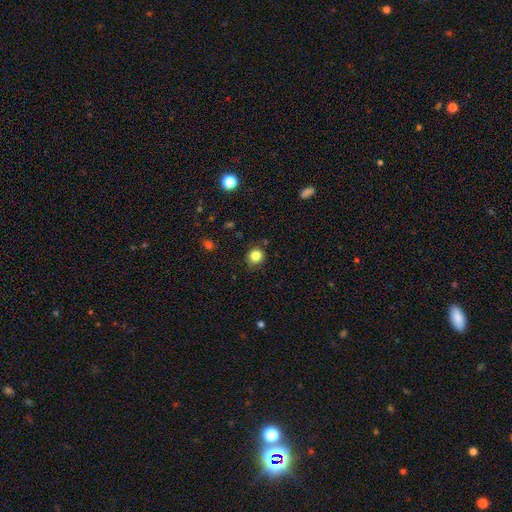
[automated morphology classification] Overall: smooth (83%). How rounded: round (90%). Merging: none (83%).